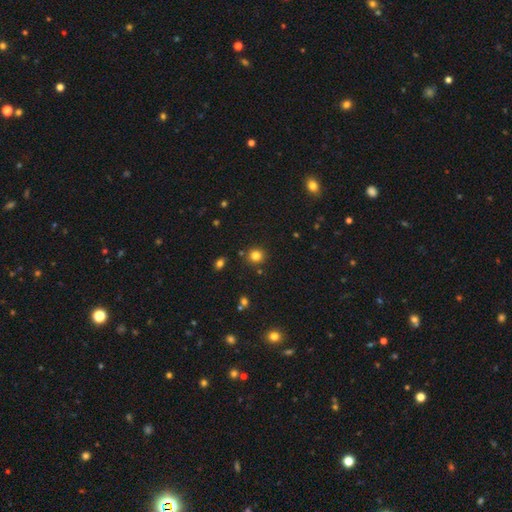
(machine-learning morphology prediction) Q: Smooth or featured?
A: smooth (80%); runner-up: star or artifact (14%)
Q: How rounded?
A: round (90%); runner-up: in between (9%)
Q: Merging?
A: none (85%); runner-up: minor disturbance (8%)